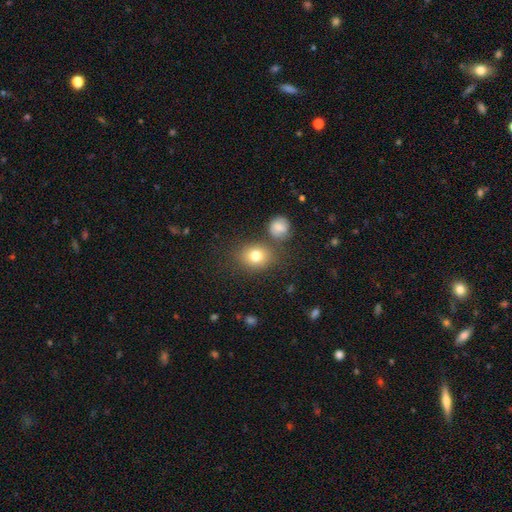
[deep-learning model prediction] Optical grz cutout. It shows a smooth galaxy with no disk features (78%) that is round (64%). Merging: none (73%).